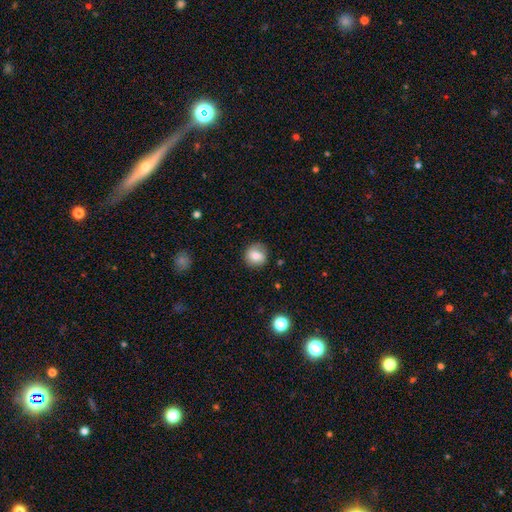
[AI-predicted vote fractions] Smooth or featured: smooth — 74% (featured or disk — 16%)
How rounded: round — 86% (in between — 14%)
Merging: none — 80% (minor disturbance — 15%)